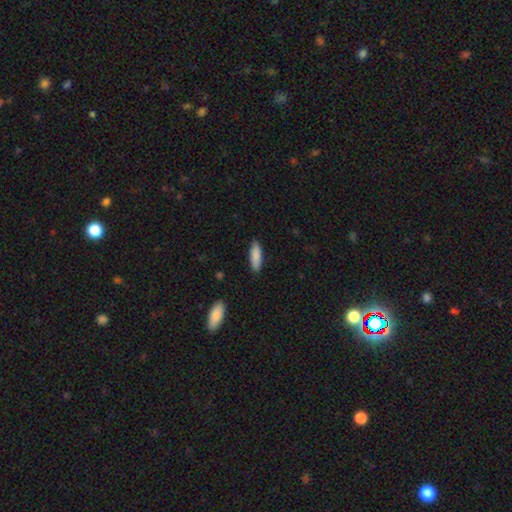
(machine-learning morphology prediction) smooth 88%, featured or disk 6%, star or artifact 6%. Down the decision tree: how rounded — cigar-shaped (50%); merging — none (88%).